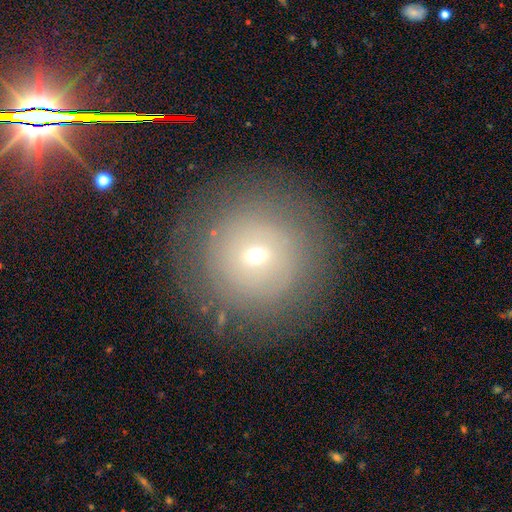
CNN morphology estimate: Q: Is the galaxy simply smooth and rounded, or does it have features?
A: smooth — 51%.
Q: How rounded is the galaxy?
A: round — 95%.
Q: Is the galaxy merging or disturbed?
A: none — 85%.